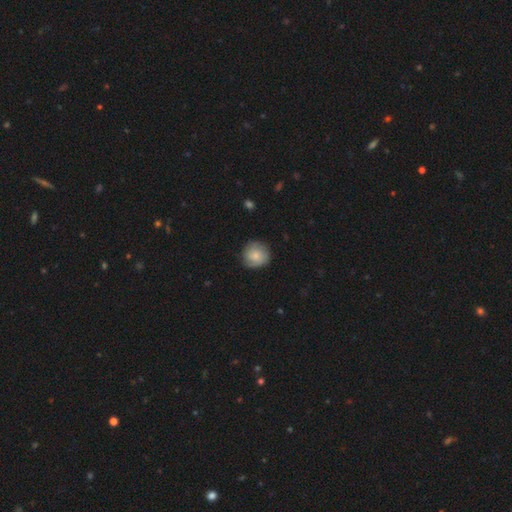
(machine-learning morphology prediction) The model was most divided on "smooth or featured": smooth: 63%, featured or disk: 31%, star or artifact: 7%. More confident: how rounded — round (91%); merging — none (79%).